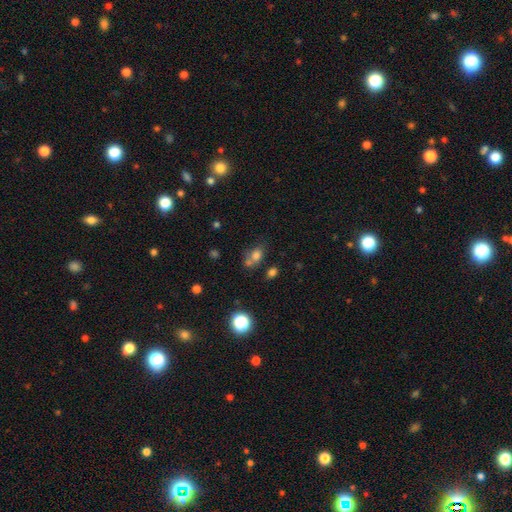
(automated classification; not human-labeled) The model was most divided on "merging": none: 42%, merger: 36%, minor disturbance: 15%, major disturbance: 7%. More confident: smooth or featured — smooth (73%); how rounded — in between (60%).